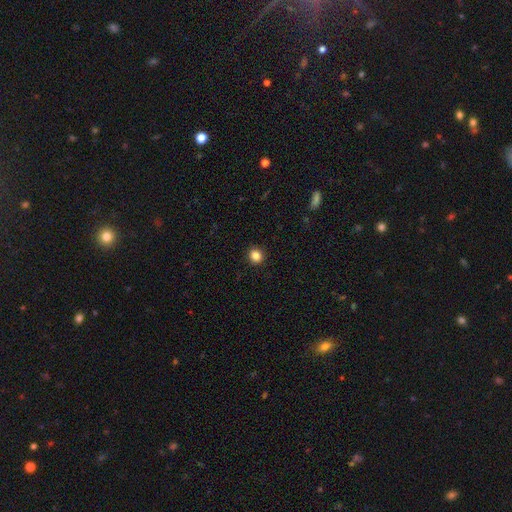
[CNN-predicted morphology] Smooth or featured?
  - smooth: 85% *
  - star or artifact: 11%
  - featured or disk: 4%
How rounded?
  - round: 88% *
  - in between: 11%
  - cigar-shaped: 1%
Merging?
  - none: 92% *
  - minor disturbance: 5%
  - major disturbance: 2%
  - merger: 1%